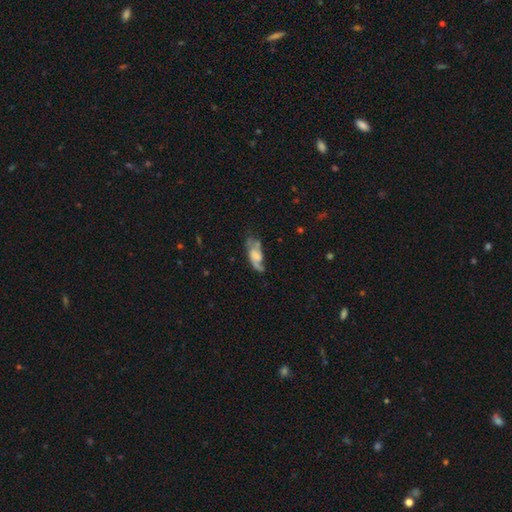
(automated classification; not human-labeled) Smooth or featured? Predicted: featured or disk (p=0.57). Edge-on disk? Predicted: no (p=0.88). Bar? Predicted: no (p=0.61). Spiral arms? Predicted: yes (p=0.81). Bulge size? Predicted: none (p=0.38). Merging? Predicted: none (p=0.50).